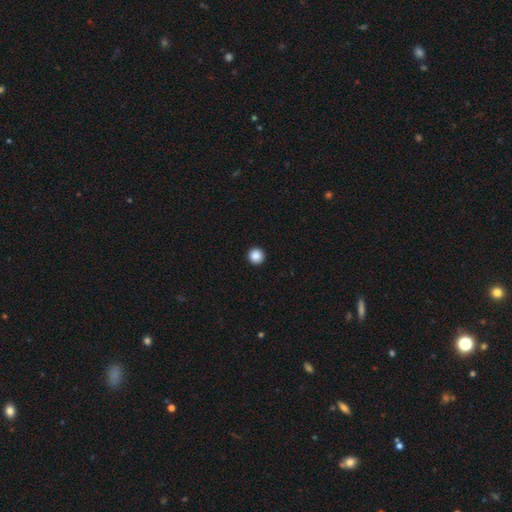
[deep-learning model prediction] smooth-or-featured: smooth: 88% | star or artifact: 9% | featured or disk: 3%
  how-rounded: round: 97% | in between: 2% | cigar-shaped: 1%
  merging: none: 94% | minor disturbance: 3% | major disturbance: 1% | merger: 1%